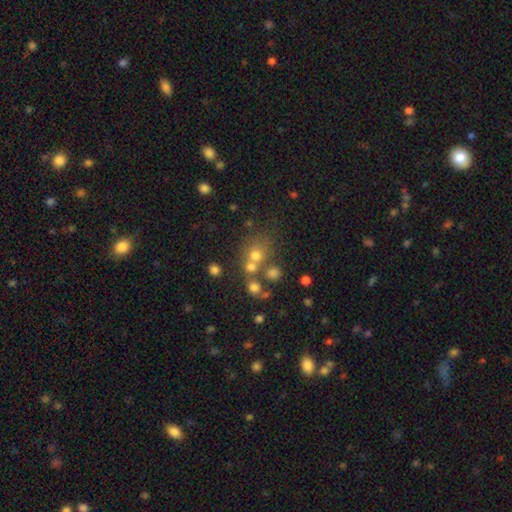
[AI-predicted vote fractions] Smooth or featured?
  - smooth: 63% *
  - star or artifact: 21%
  - featured or disk: 16%
How rounded?
  - round: 80% *
  - in between: 19%
  - cigar-shaped: 1%
Merging?
  - none: 51% *
  - merger: 35%
  - minor disturbance: 9%
  - major disturbance: 5%